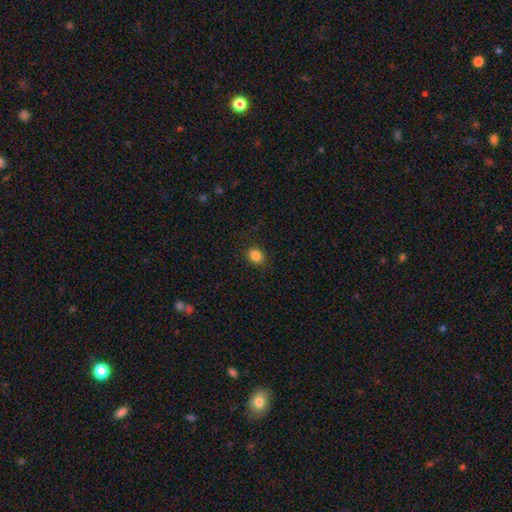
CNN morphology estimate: A smooth galaxy with no disk features (85%) that is round (62%).

Vote fractions:
- Smooth or featured? smooth: 85% / star or artifact: 11% / featured or disk: 5%
- How rounded? round: 62% / in between: 37% / cigar-shaped: 1%
- Merging? none: 88% / minor disturbance: 9% / major disturbance: 2% / merger: 1%